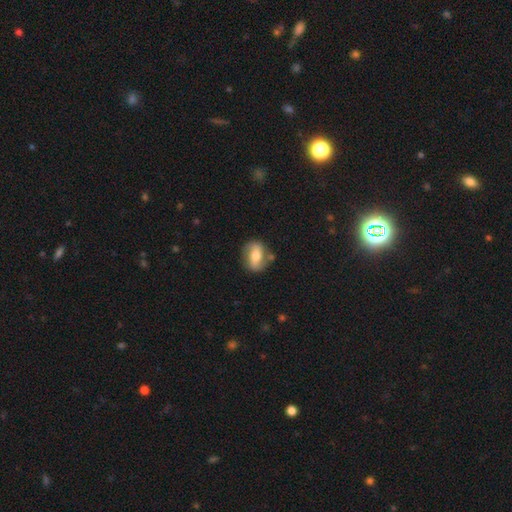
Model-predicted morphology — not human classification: A featured or disk galaxy (50%).

Vote fractions:
- Smooth or featured? featured or disk: 50% / smooth: 43% / star or artifact: 7%
- Edge-on disk? no: 92% / yes: 8%
- Merging? none: 74% / minor disturbance: 16% / merger: 5% / major disturbance: 5%